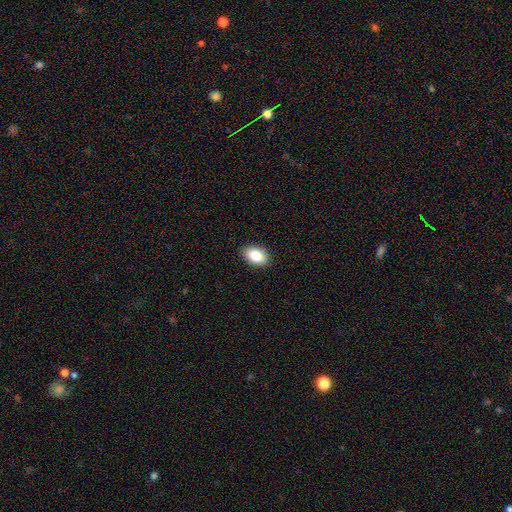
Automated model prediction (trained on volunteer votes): A smooth galaxy with no disk features (83%) that is in between round and cigar-shaped (88%).

Vote fractions:
- Smooth or featured? smooth: 83% / featured or disk: 9% / star or artifact: 8%
- How rounded? in between: 88% / round: 11% / cigar-shaped: 1%
- Merging? none: 89% / minor disturbance: 8% / major disturbance: 2% / merger: 1%